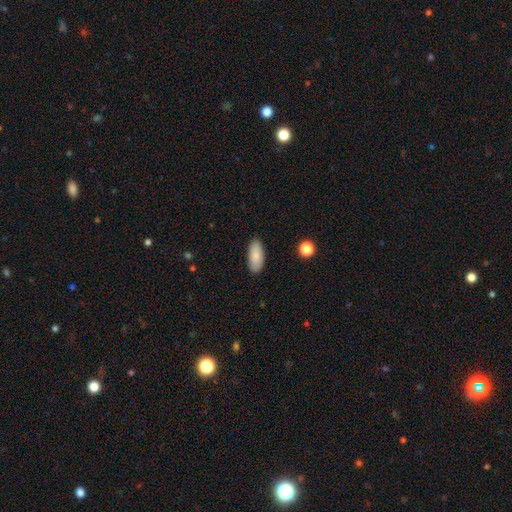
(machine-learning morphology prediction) Smooth or featured? smooth (86%)
How rounded? in between (86%)
Merging? none (88%)